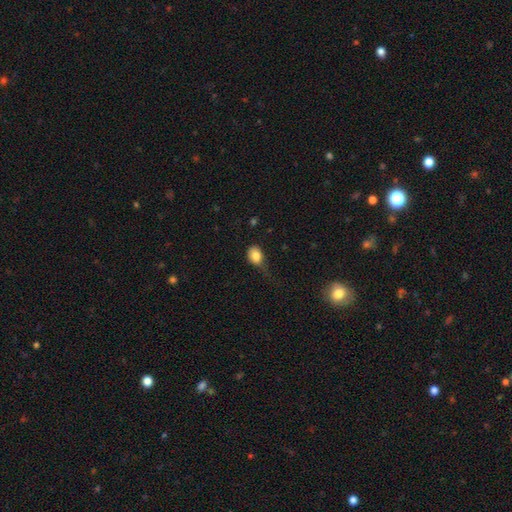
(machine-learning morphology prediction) Smooth or featured? smooth (82%)
How rounded? in between (64%)
Merging? minor disturbance (36%, tied with none)